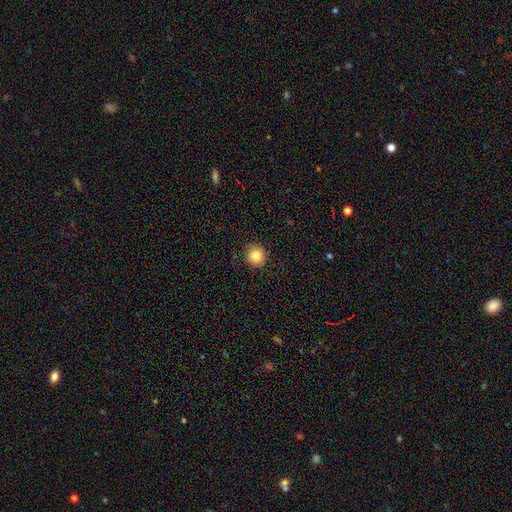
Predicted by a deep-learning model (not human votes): smooth-or-featured: smooth: 84% | star or artifact: 10% | featured or disk: 6%
  how-rounded: round: 94% | in between: 5% | cigar-shaped: 1%
  merging: none: 91% | minor disturbance: 6% | major disturbance: 2% | merger: 1%